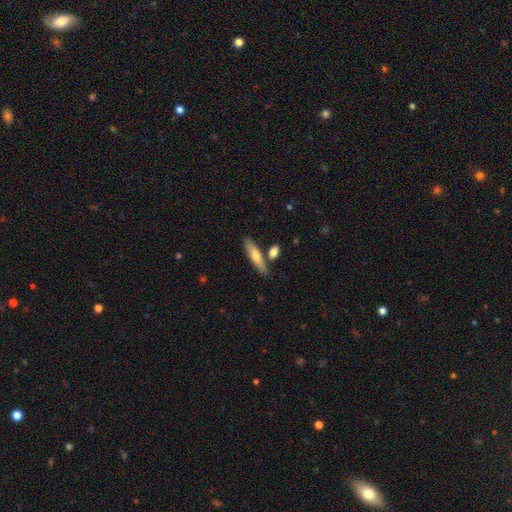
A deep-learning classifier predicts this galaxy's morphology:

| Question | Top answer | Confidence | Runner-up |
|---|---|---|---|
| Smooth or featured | smooth | 62% | featured or disk (32%) |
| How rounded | cigar-shaped | 75% | in between (23%) |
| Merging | none | 76% | merger (11%) |